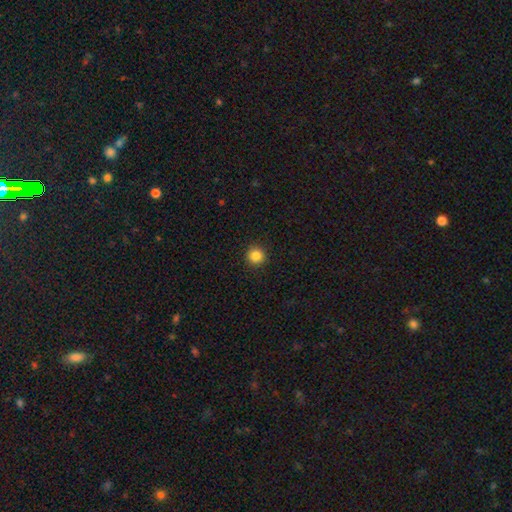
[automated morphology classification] A smooth galaxy with no disk features (85%) that is round (95%).

Vote fractions:
- Smooth or featured? smooth: 85% / star or artifact: 11% / featured or disk: 4%
- How rounded? round: 95% / in between: 4% / cigar-shaped: 1%
- Merging? none: 93% / minor disturbance: 5% / major disturbance: 2% / merger: 1%